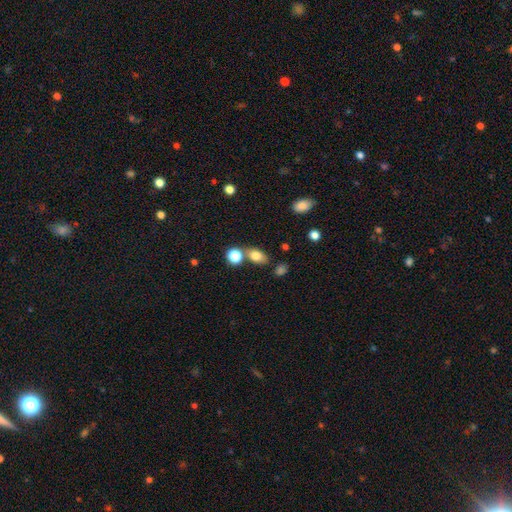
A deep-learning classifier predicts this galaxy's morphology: Smooth or featured: smooth — 79% (star or artifact — 11%)
How rounded: in between — 78% (round — 19%)
Merging: none — 63% (merger — 20%)